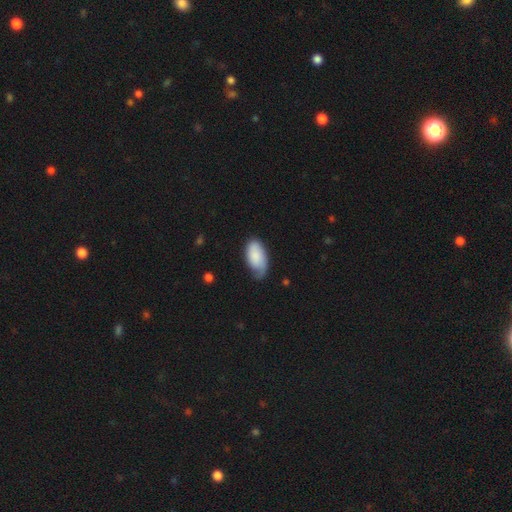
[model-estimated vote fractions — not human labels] Smooth or featured: smooth — 75% (featured or disk — 19%)
How rounded: in between — 94% (cigar-shaped — 3%)
Merging: none — 50% (minor disturbance — 36%)